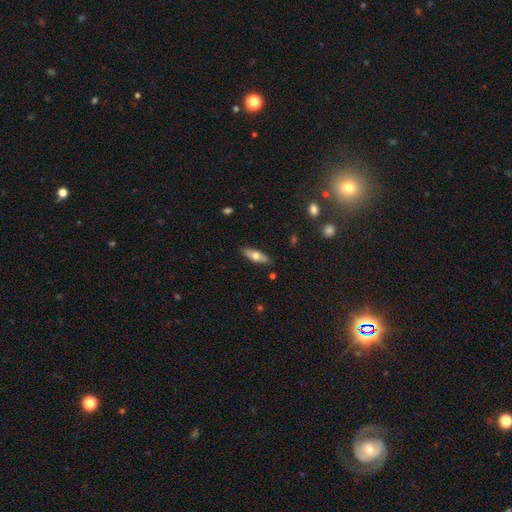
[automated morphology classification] smooth_or_featured: smooth (p=0.59) [alt: featured or disk p=0.35]
how_rounded: in between (p=0.53) [alt: cigar-shaped p=0.44]
merging: none (p=0.86) [alt: minor disturbance p=0.10]